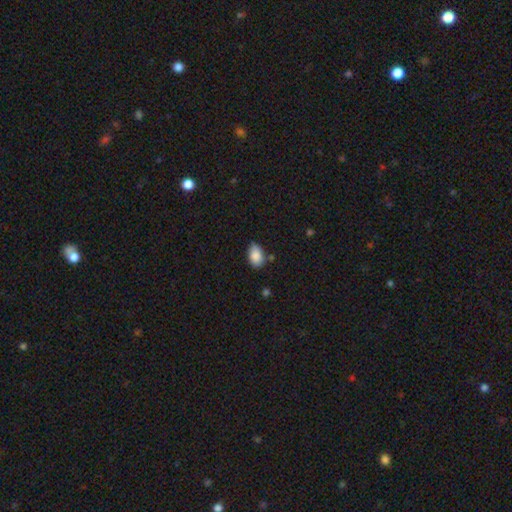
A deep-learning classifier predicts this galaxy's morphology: smooth-or-featured: smooth: 86% | star or artifact: 8% | featured or disk: 6%
  how-rounded: in between: 85% | round: 14% | cigar-shaped: 1%
  merging: none: 58% | minor disturbance: 32% | merger: 5% | major disturbance: 5%